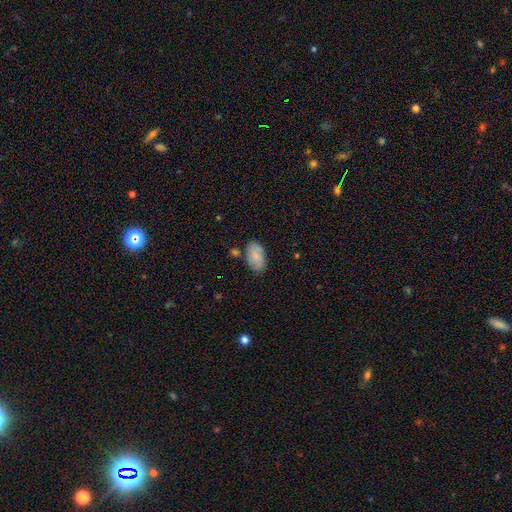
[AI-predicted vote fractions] Smooth or featured? Predicted: smooth (p=0.82). How rounded? Predicted: in between (p=0.94). Merging? Predicted: none (p=0.74).